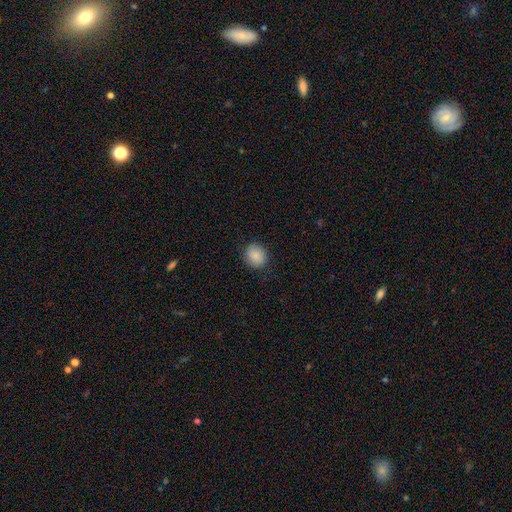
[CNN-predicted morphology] Smooth or featured? smooth (88%)
How rounded? round (77%)
Merging? none (86%)